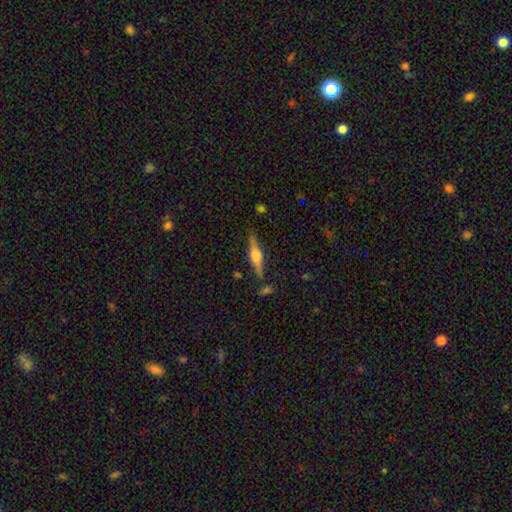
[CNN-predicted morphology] Smooth or featured: featured or disk — 68% (smooth — 25%)
Edge-on disk: yes — 97% (no — 3%)
Edge-on bulge: rounded — 84% (boxy — 13%)
Merging: none — 84% (minor disturbance — 11%)